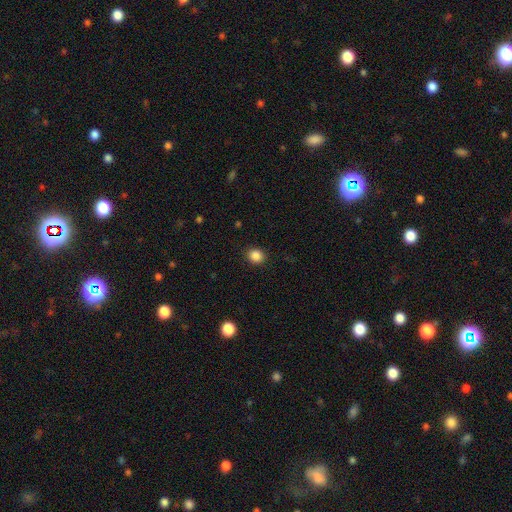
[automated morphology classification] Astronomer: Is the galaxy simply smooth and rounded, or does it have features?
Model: smooth — 86%.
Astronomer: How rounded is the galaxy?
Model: round — 80%.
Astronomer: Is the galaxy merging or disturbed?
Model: none — 90%.